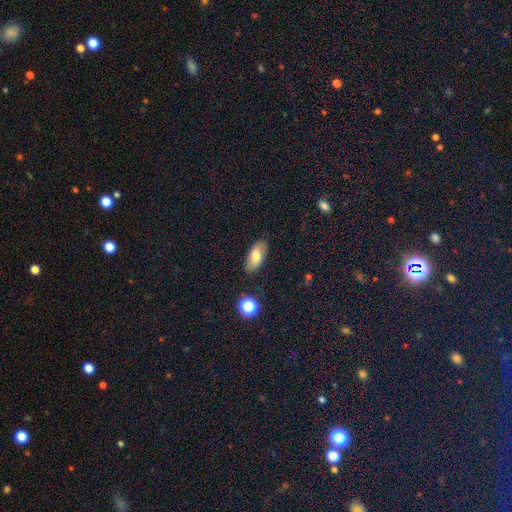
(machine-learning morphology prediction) Smooth or featured? smooth (74%)
How rounded? in between (88%)
Merging? none (82%)